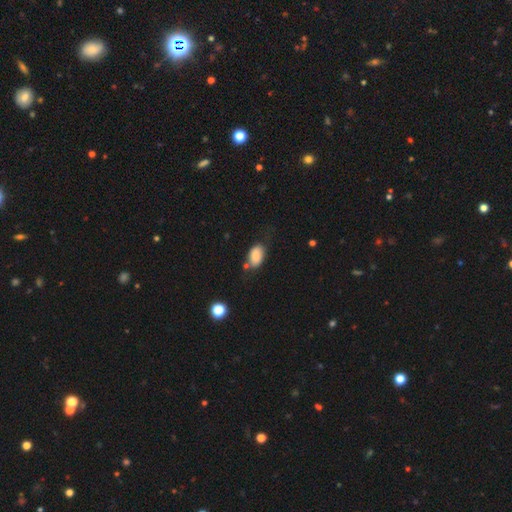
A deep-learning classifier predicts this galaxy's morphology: smooth 83%, featured or disk 9%, star or artifact 8%. Down the decision tree: how rounded — in between (91%); merging — none (59%).